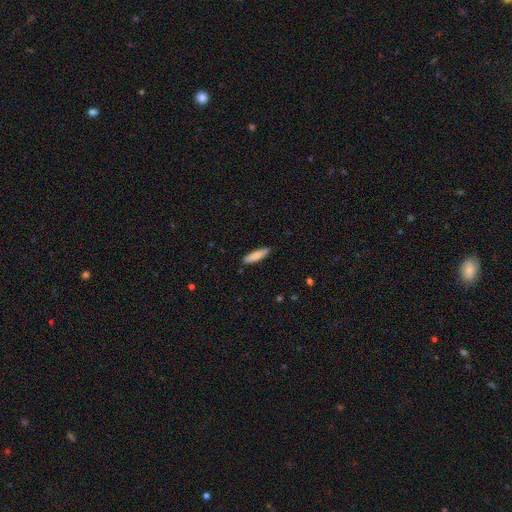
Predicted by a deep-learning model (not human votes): Smooth or featured? smooth (83%)
How rounded? cigar-shaped (75%)
Merging? none (88%)